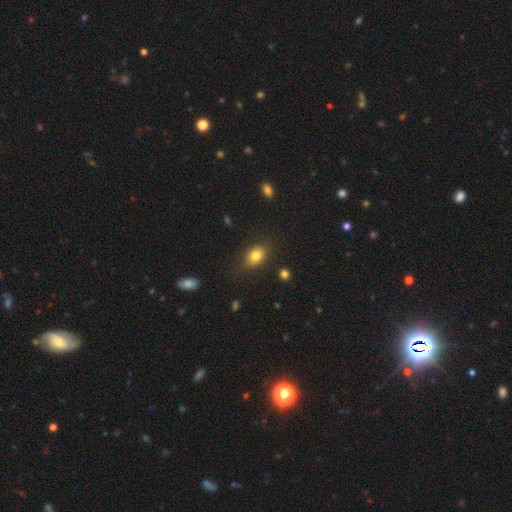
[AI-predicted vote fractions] smooth_or_featured: smooth (p=0.81) [alt: star or artifact p=0.09]
how_rounded: in between (p=0.76) [alt: round p=0.22]
merging: none (p=0.77) [alt: minor disturbance p=0.16]